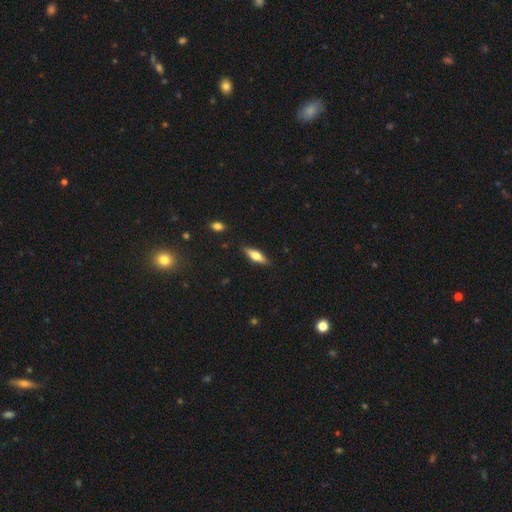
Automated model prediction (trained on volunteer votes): Overall: smooth (59%; featured or disk 35%). How rounded: in between (50%; cigar-shaped 48%). Merging: none (87%).